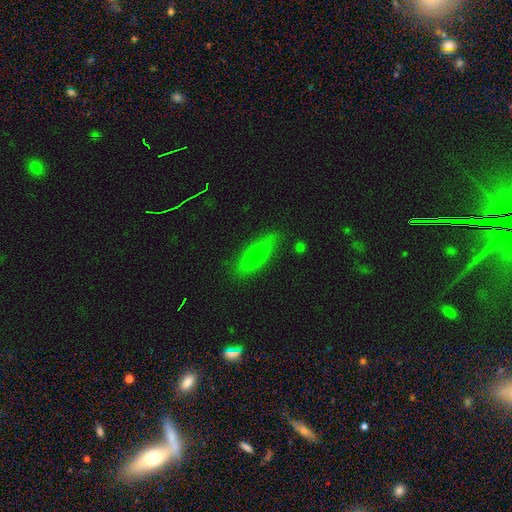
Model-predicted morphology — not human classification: The model was most divided on "how rounded": cigar-shaped: 53%, in between: 43%, round: 4%. More confident: merging — none (80%); smooth or featured — smooth (64%).